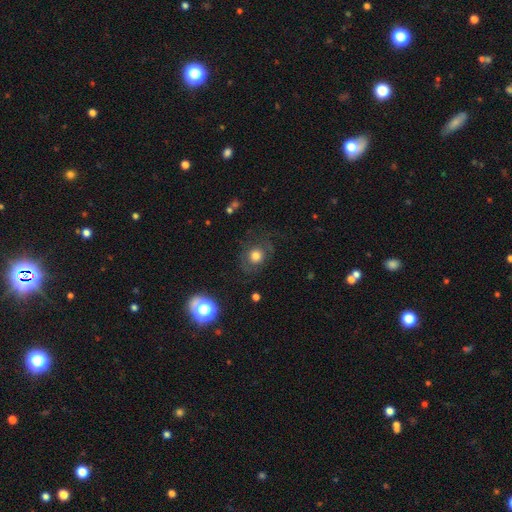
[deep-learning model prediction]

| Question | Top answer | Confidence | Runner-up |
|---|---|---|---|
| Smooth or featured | smooth | 62% | featured or disk (25%) |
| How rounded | round | 79% | in between (20%) |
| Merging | none | 70% | minor disturbance (15%) |